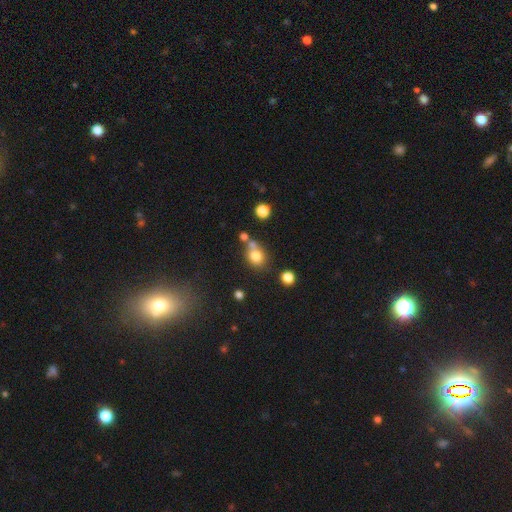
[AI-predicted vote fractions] smooth-or-featured: smooth: 77% | star or artifact: 13% | featured or disk: 10%
  how-rounded: round: 66% | in between: 32% | cigar-shaped: 1%
  merging: none: 47% | merger: 31% | minor disturbance: 15% | major disturbance: 7%